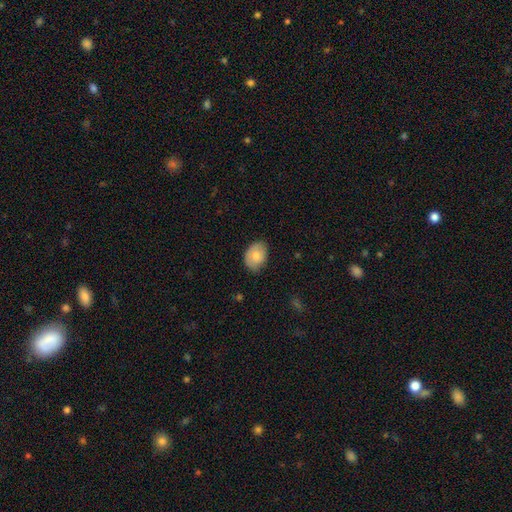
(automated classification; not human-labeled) A smooth galaxy with no disk features (77%) that is in between round and cigar-shaped (73%). Merging: none (71%).